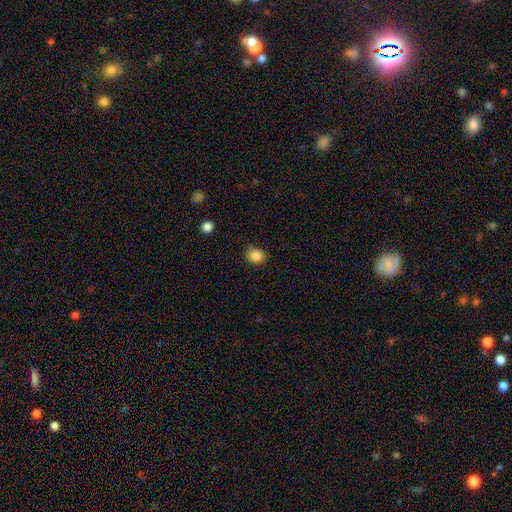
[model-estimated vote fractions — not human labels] smooth 85%, star or artifact 10%, featured or disk 4%. Down the decision tree: how rounded — round (63%); merging — none (80%).